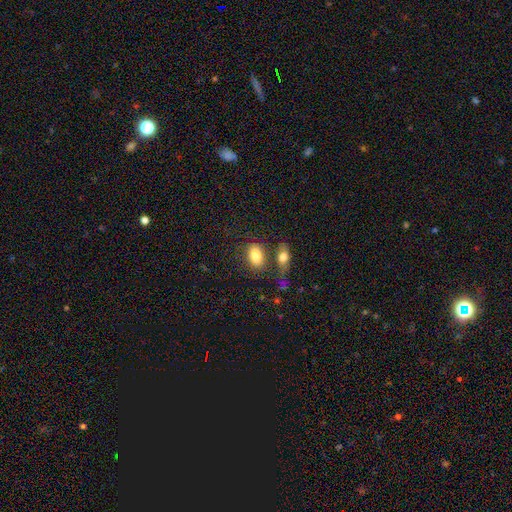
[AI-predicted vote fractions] Smooth or featured? Predicted: smooth (p=0.83). How rounded? Predicted: in between (p=0.87). Merging? Predicted: none (p=0.63).